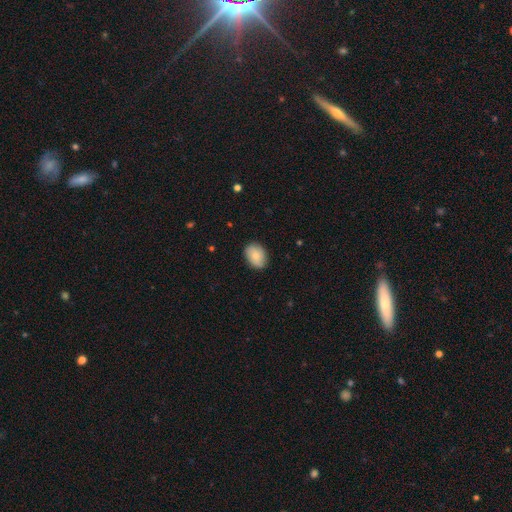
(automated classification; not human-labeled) This appears to be a smooth galaxy with no disk features (79%) that is in between round and cigar-shaped (76%). Merging: none (83%).